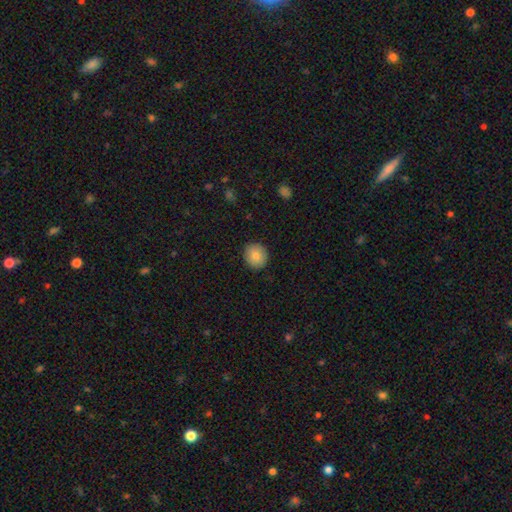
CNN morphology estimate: smooth_or_featured: smooth (p=0.85) [alt: star or artifact p=0.08]
how_rounded: round (p=0.84) [alt: in between p=0.15]
merging: none (p=0.90) [alt: minor disturbance p=0.07]